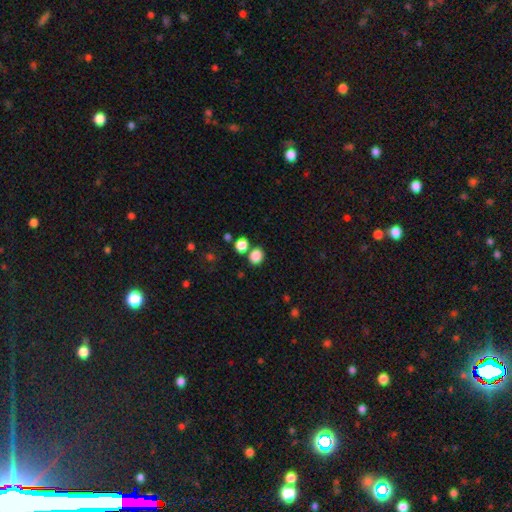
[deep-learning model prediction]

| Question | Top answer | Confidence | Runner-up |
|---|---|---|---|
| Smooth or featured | smooth | 85% | star or artifact (11%) |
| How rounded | round | 69% | in between (30%) |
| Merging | none | 70% | merger (18%) |